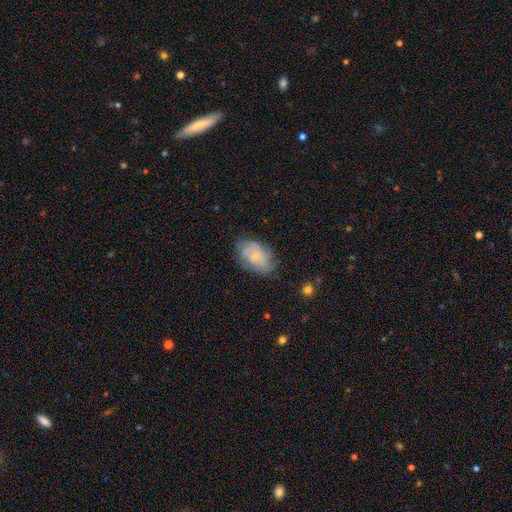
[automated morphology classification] This appears to be a featured or disk galaxy (49%). Merging: none (69%).